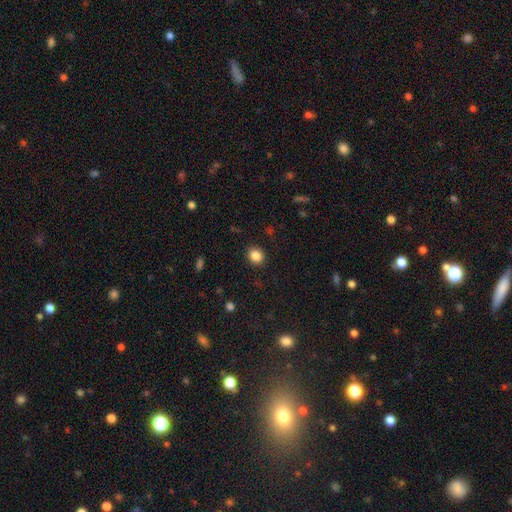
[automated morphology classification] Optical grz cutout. It shows a smooth galaxy with no disk features (85%) that is round (79%). Merging: none (90%).